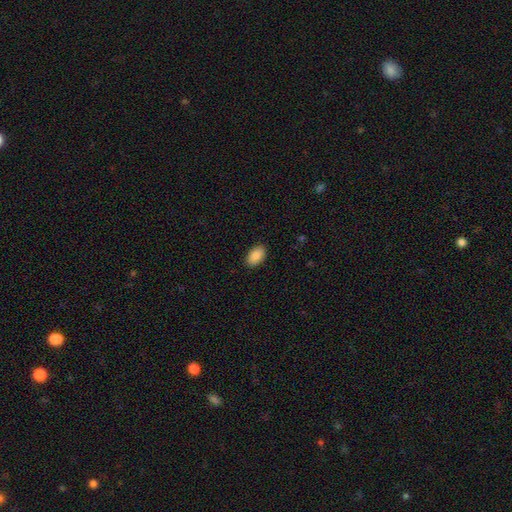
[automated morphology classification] type=smooth (89%); roundness=in between (93%); merging=none (90%).